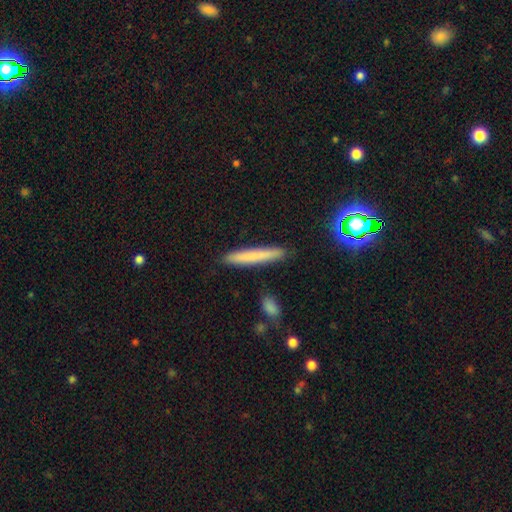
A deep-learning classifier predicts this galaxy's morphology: The model was most divided on "smooth or featured": smooth: 76%, featured or disk: 17%, star or artifact: 7%. More confident: how rounded — cigar-shaped (94%); merging — none (89%).